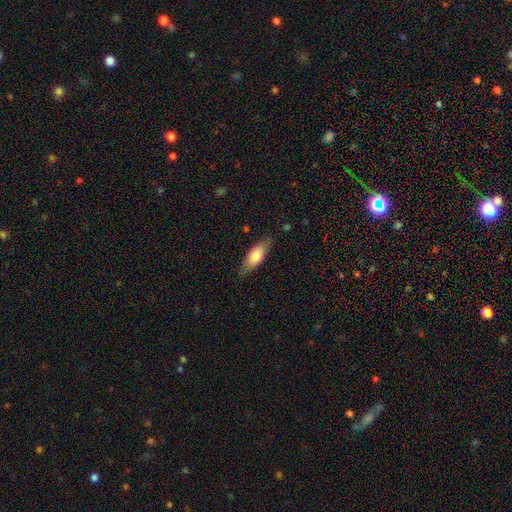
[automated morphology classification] Smooth or featured?
  - smooth: 74% *
  - featured or disk: 20%
  - star or artifact: 6%
How rounded?
  - in between: 69% *
  - cigar-shaped: 28%
  - round: 2%
Merging?
  - none: 78% *
  - minor disturbance: 17%
  - major disturbance: 4%
  - merger: 1%